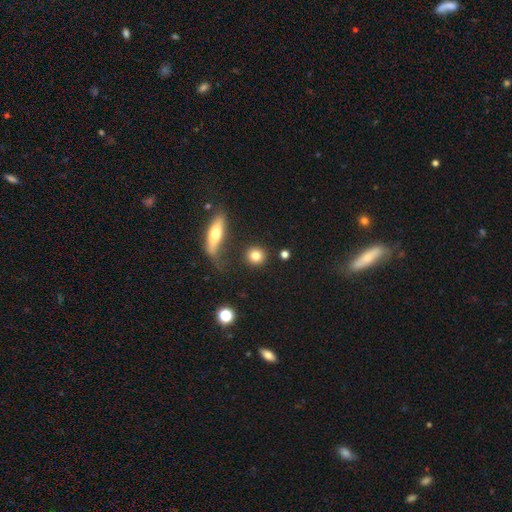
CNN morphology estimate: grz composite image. It shows a smooth galaxy with no disk features (81%) that is round (86%). Merging: none (84%).